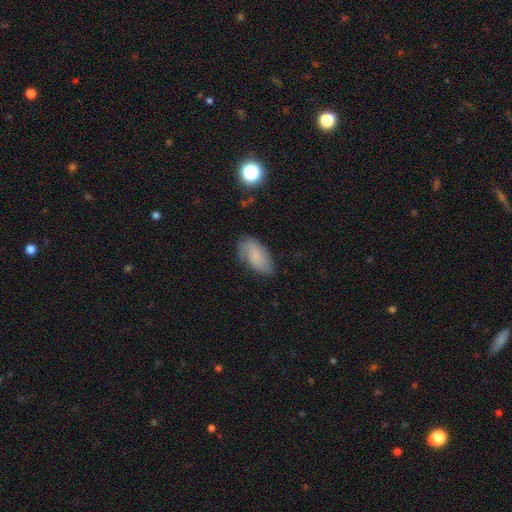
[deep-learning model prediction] smooth_or_featured: smooth (p=0.57) [alt: featured or disk p=0.34]
how_rounded: in between (p=0.92) [alt: round p=0.05]
merging: none (p=0.65) [alt: minor disturbance p=0.25]